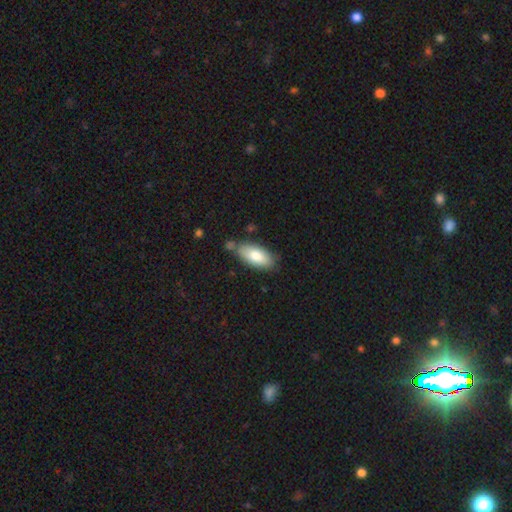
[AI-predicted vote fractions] Smooth or featured? smooth (80%)
How rounded? in between (87%)
Merging? none (72%)